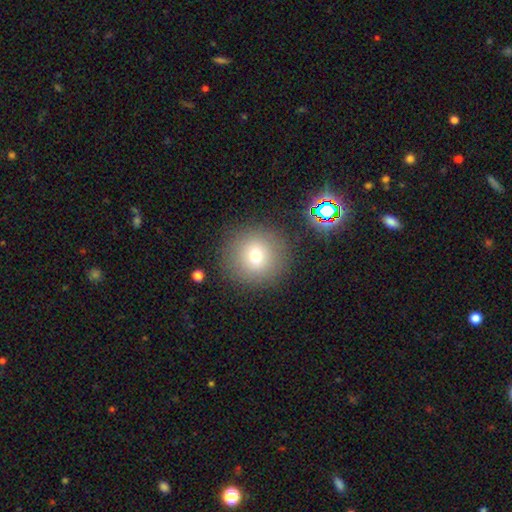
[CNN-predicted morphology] This appears to be a smooth galaxy with no disk features (72%) that is round (94%). Merging: none (86%).